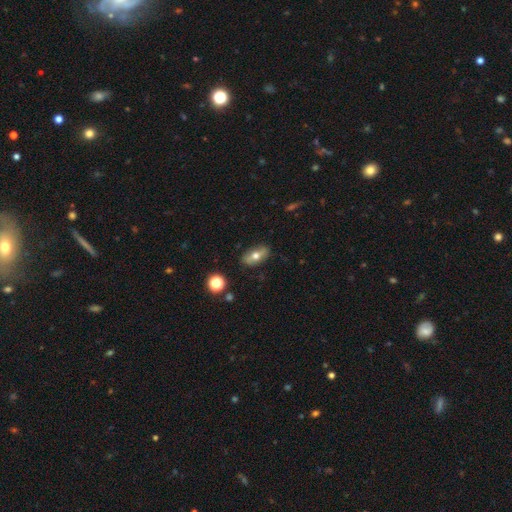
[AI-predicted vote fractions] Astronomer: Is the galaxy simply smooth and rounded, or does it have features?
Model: smooth — 60%.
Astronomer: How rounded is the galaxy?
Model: in between — 82%.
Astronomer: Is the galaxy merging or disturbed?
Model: none — 85%.